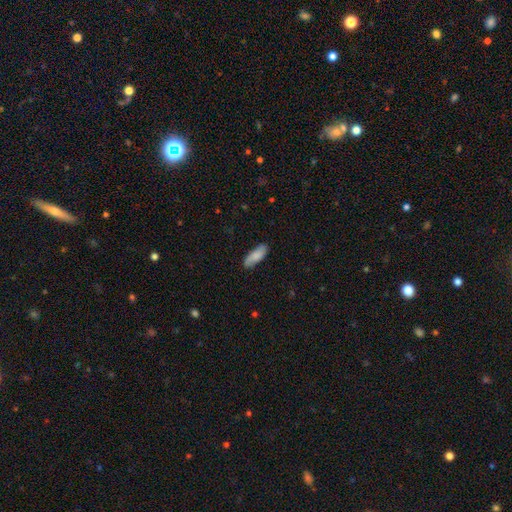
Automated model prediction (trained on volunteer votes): The model was most divided on "how rounded": in between: 69%, cigar-shaped: 30%, round: 2%. More confident: merging — none (83%); smooth or featured — smooth (79%).